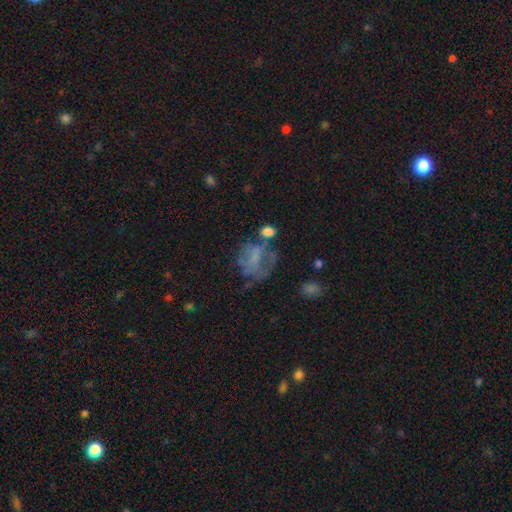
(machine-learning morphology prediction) This is marginally a smooth galaxy (42%). Merging: marginally none (36%).